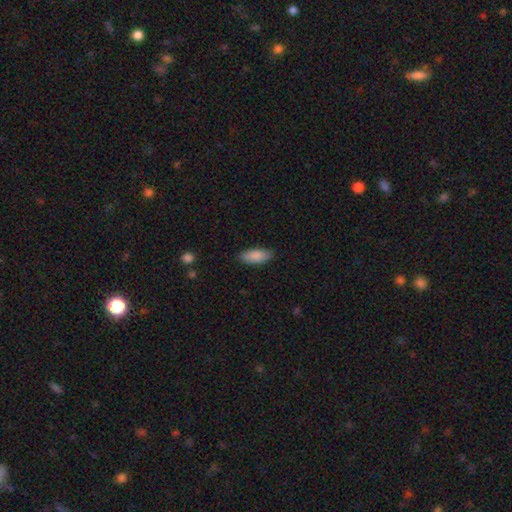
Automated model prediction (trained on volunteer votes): Smooth or featured? Predicted: smooth (p=0.88). How rounded? Predicted: in between (p=0.82). Merging? Predicted: none (p=0.85).